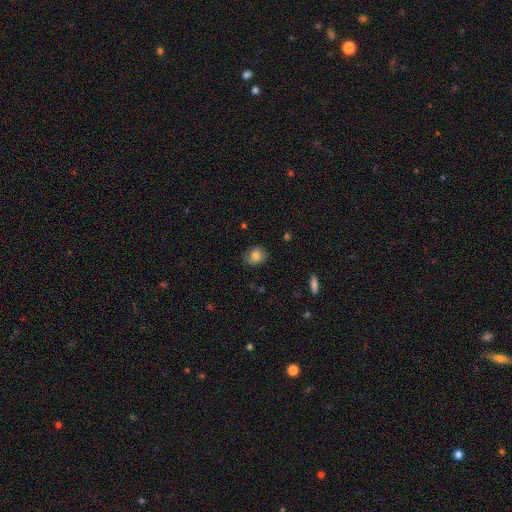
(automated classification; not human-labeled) This is clearly a smooth galaxy (80%). How rounded: possibly round (60%). Merging: likely none (80%).